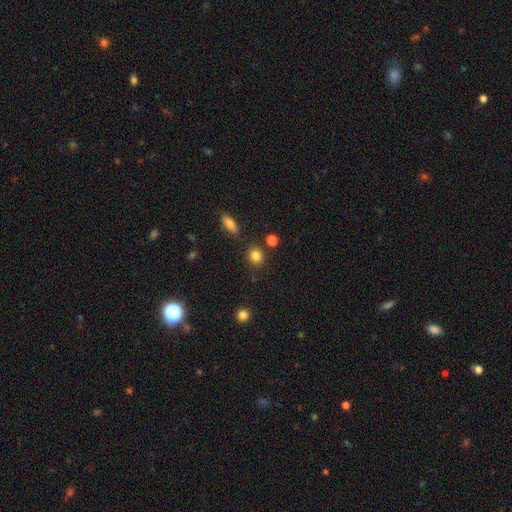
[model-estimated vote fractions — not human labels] smooth_or_featured: smooth (p=0.83) [alt: star or artifact p=0.11]
how_rounded: round (p=0.81) [alt: in between p=0.18]
merging: none (p=0.83) [alt: minor disturbance p=0.09]